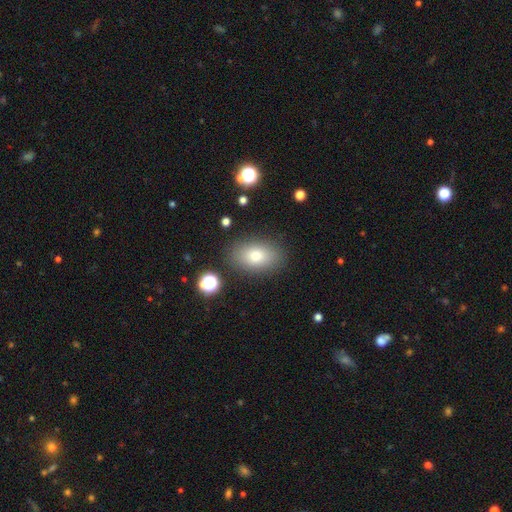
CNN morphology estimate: Q: Smooth or featured?
A: smooth (78%); runner-up: featured or disk (12%)
Q: How rounded?
A: in between (87%); runner-up: round (11%)
Q: Merging?
A: none (85%); runner-up: minor disturbance (10%)